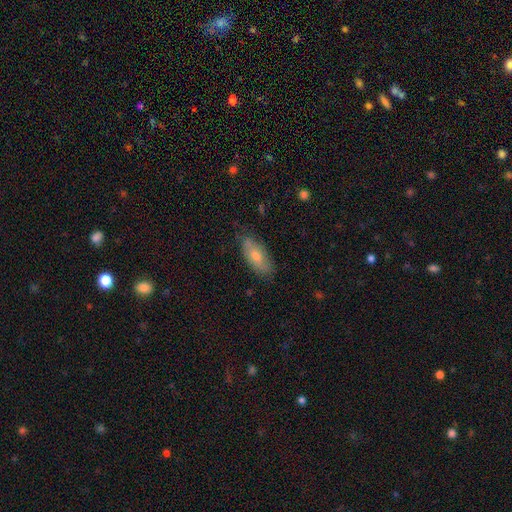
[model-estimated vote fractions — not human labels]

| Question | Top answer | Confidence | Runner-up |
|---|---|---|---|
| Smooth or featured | smooth | 59% | featured or disk (33%) |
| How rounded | in between | 80% | cigar-shaped (17%) |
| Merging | none | 76% | minor disturbance (19%) |